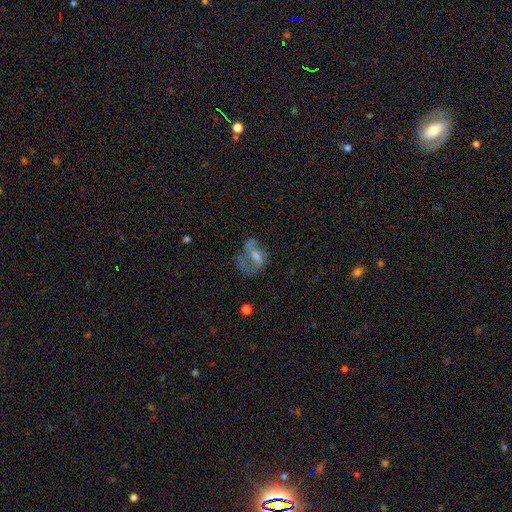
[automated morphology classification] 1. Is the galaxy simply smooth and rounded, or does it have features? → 56% featured or disk, 28% smooth, 16% star or artifact.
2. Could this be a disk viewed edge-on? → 96% no, 4% yes.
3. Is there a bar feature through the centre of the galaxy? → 57% no, 32% weak, 11% strong.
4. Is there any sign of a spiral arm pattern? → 59% no, 41% yes.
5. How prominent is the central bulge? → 40% moderate, 35% small, 18% none, 5% large, 2% dominant.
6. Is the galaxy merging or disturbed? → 38% major disturbance, 35% none, 19% minor disturbance, 8% merger.